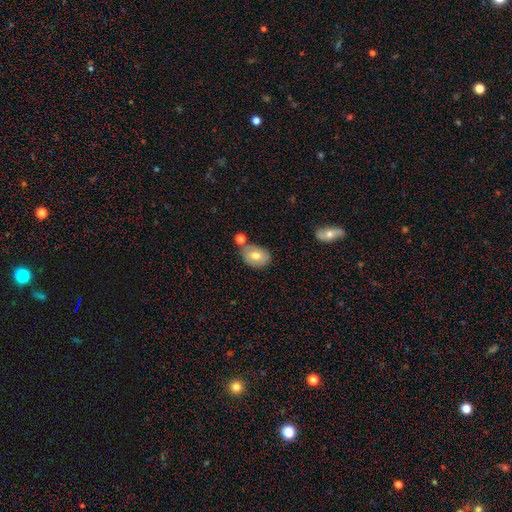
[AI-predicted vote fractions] Q: Smooth or featured?
A: smooth (70%); runner-up: featured or disk (22%)
Q: How rounded?
A: in between (73%); runner-up: round (26%)
Q: Merging?
A: none (64%); runner-up: minor disturbance (17%)